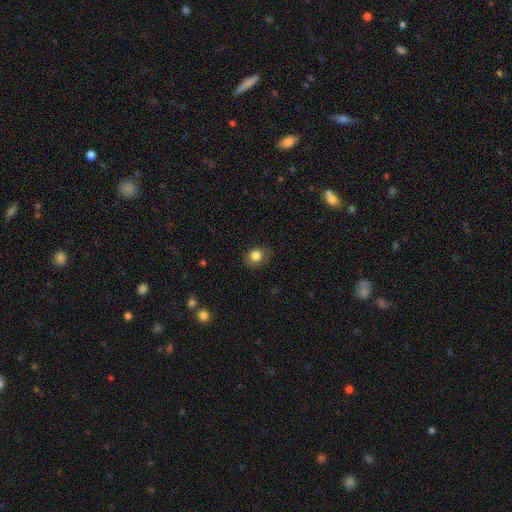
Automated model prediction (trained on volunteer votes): Morphology: type=smooth (82%); roundness=round (66%); merging=none (80%).